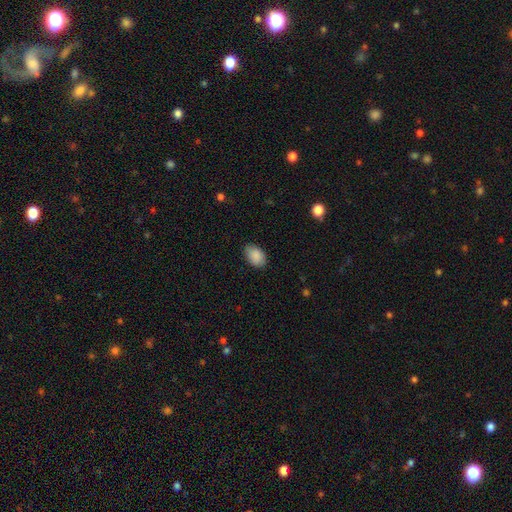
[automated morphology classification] Smooth or featured: smooth — 89% (star or artifact — 7%)
How rounded: in between — 88% (round — 11%)
Merging: none — 83% (minor disturbance — 13%)